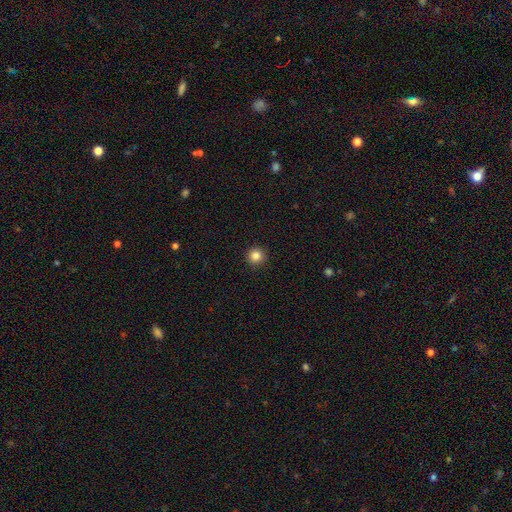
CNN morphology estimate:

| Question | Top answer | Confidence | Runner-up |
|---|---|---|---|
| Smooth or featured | smooth | 84% | star or artifact (11%) |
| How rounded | round | 95% | in between (4%) |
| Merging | none | 92% | minor disturbance (5%) |